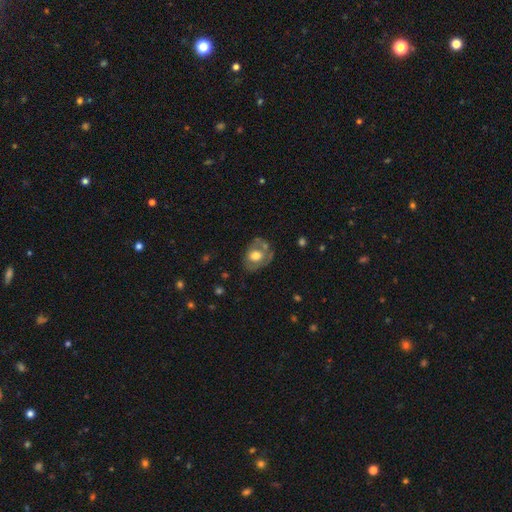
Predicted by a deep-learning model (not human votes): A smooth galaxy with no disk features (51%) that is in between round and cigar-shaped (53%). Merging: none (53%).